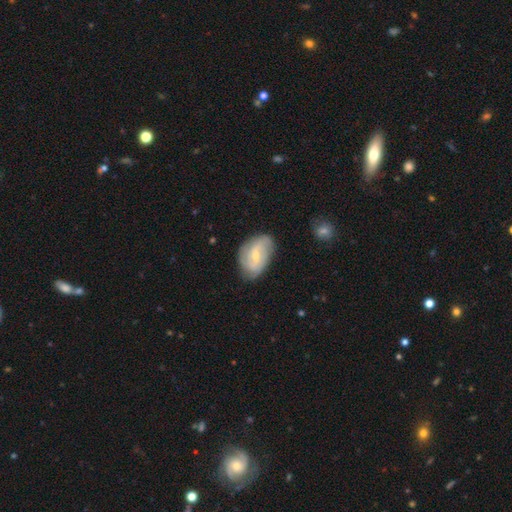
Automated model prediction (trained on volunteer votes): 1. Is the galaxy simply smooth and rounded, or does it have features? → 71% featured or disk, 23% smooth, 6% star or artifact.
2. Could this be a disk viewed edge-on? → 97% no, 3% yes.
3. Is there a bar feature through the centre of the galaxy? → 55% weak, 27% no, 18% strong.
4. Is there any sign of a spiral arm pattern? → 90% yes, 10% no.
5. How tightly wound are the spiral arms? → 43% medium, 32% tight, 25% loose.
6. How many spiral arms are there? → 51% 2, 23% can't tell, 15% 3, 4% 4, 4% 1, 3% more than 4.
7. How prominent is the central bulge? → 64% small, 31% moderate, 2% none, 1% large, 1% dominant.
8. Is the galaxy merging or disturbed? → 73% none, 21% minor disturbance, 5% major disturbance, 1% merger.